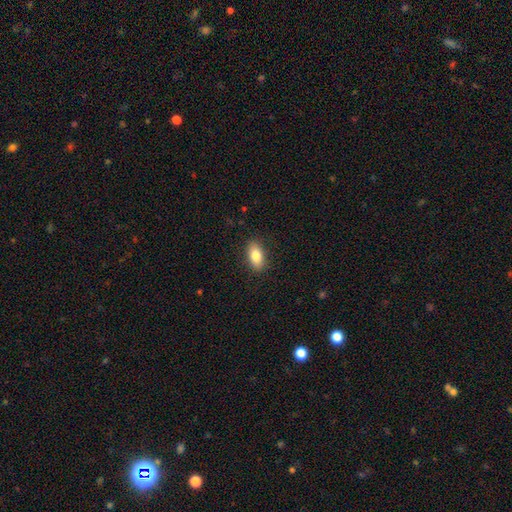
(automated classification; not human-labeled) The model was most divided on "smooth or featured": smooth: 81%, featured or disk: 11%, star or artifact: 7%. More confident: merging — none (88%); how rounded — in between (88%).